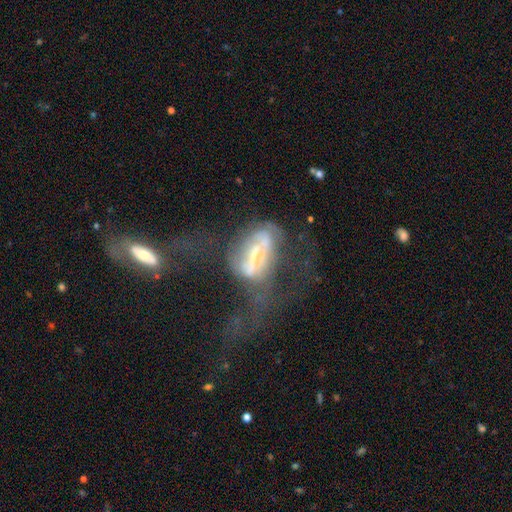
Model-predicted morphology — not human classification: smooth_or_featured: featured or disk (p=0.64) [alt: smooth p=0.24]
disk_edge_on: no (p=0.84) [alt: yes p=0.16]
bar: strong (p=0.44) [alt: no p=0.29]
has_spiral_arms: no (p=0.65) [alt: yes p=0.35]
bulge_size: small (p=0.42) [alt: moderate p=0.34]
merging: major disturbance (p=0.54) [alt: merger p=0.19]